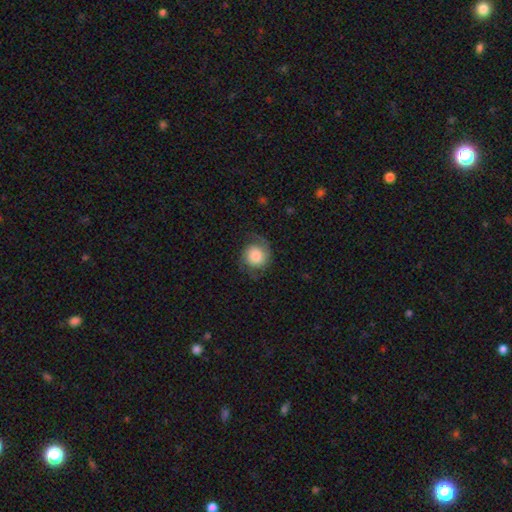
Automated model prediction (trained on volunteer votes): Smooth or featured? Predicted: smooth (p=0.50). How rounded? Predicted: round (p=0.85). Merging? Predicted: none (p=0.70).